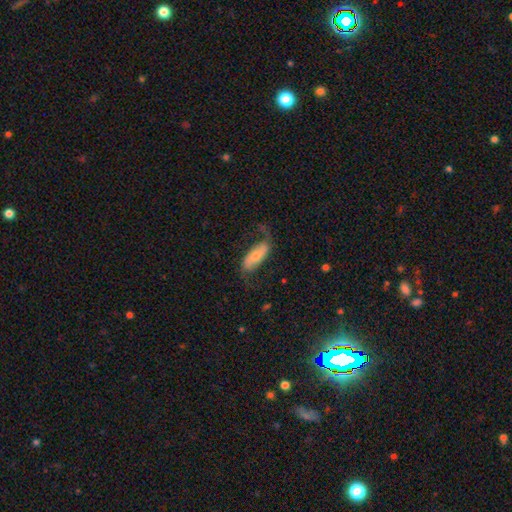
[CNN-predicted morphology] Smooth or featured: featured or disk — 55% (smooth — 39%)
Edge-on disk: no — 86% (yes — 14%)
Merging: none — 57% (minor disturbance — 22%)